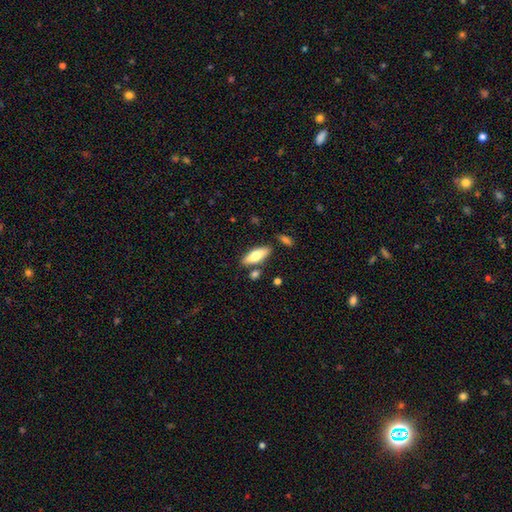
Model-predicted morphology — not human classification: Q: Smooth or featured?
A: smooth (70%); runner-up: featured or disk (24%)
Q: How rounded?
A: in between (68%); runner-up: cigar-shaped (30%)
Q: Merging?
A: none (79%); runner-up: minor disturbance (12%)